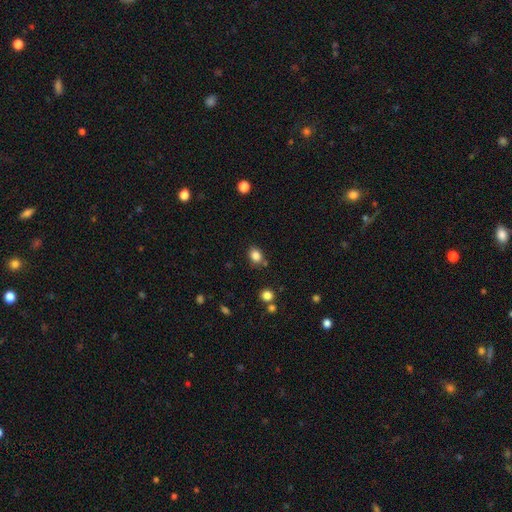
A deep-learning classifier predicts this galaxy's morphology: type=smooth (84%); roundness=in between (60%); merging=none (75%).